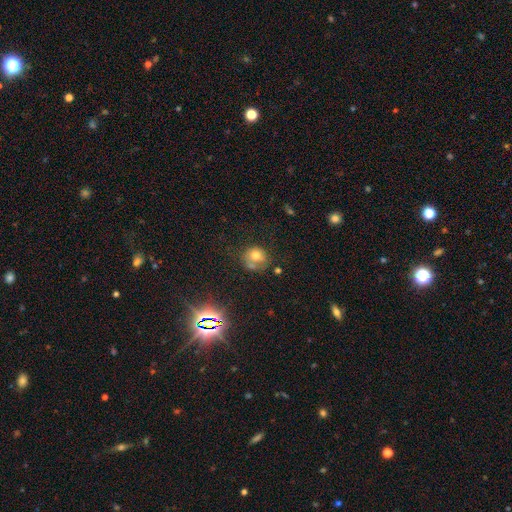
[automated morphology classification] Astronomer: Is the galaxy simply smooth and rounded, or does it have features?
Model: smooth — 66%.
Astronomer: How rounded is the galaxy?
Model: round — 71%.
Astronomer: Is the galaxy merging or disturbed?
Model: none — 45% (runner-up: merger, 22%).